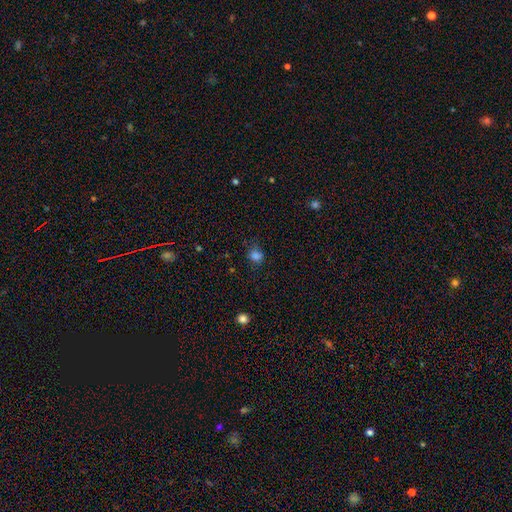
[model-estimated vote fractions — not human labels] Overall: smooth (80%). How rounded: round (63%; in between 36%). Merging: none (69%).